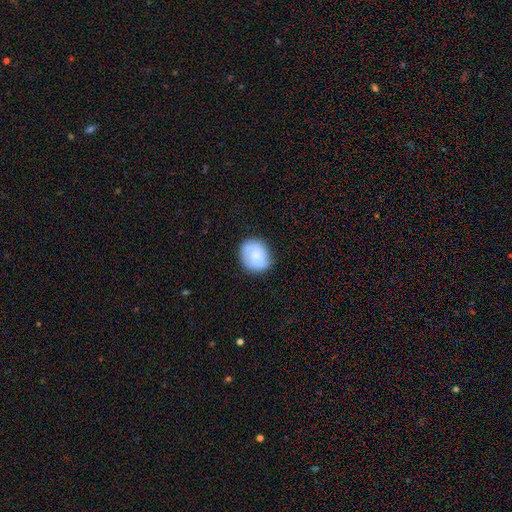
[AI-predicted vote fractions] A smooth galaxy with no disk features (70%) that is round (67%).

Vote fractions:
- Smooth or featured? smooth: 70% / featured or disk: 22% / star or artifact: 7%
- How rounded? round: 67% / in between: 33% / cigar-shaped: 1%
- Merging? none: 78% / minor disturbance: 17% / major disturbance: 4% / merger: 1%